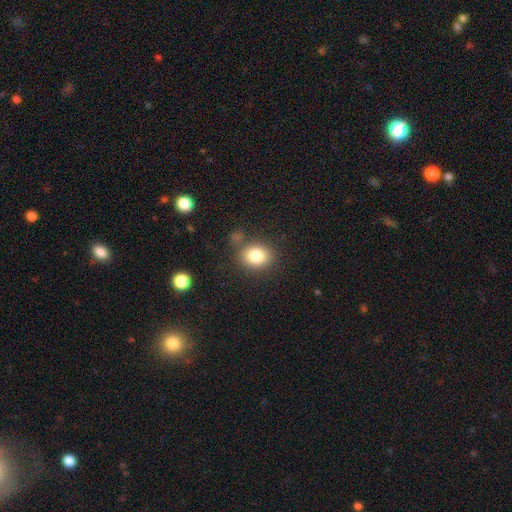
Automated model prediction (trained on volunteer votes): Smooth or featured: smooth — 80% (star or artifact — 11%)
How rounded: round — 54% (in between — 45%)
Merging: none — 77% (minor disturbance — 12%)